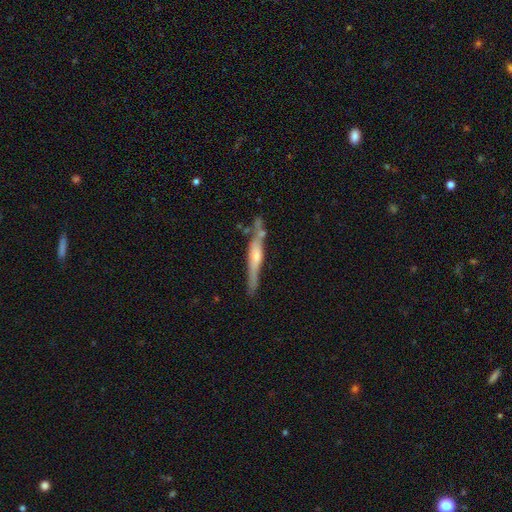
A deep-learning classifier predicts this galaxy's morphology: This appears to be a featured or disk galaxy (64%) viewed edge-on (93%) with a rounded central bulge (65%). Merging: none (67%).